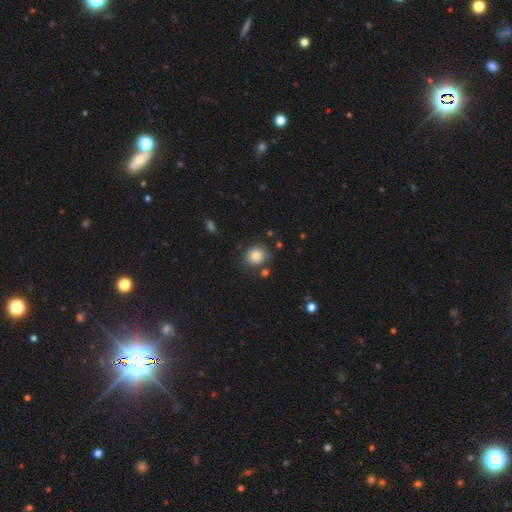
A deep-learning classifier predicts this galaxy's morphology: Overall: smooth (82%). How rounded: round (70%). Merging: none (80%).